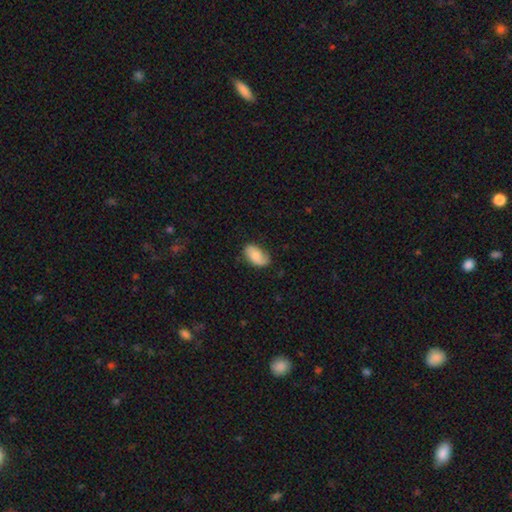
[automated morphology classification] The model was most divided on "smooth or featured": smooth: 65%, featured or disk: 27%, star or artifact: 7%. More confident: how rounded — in between (92%); merging — none (72%).